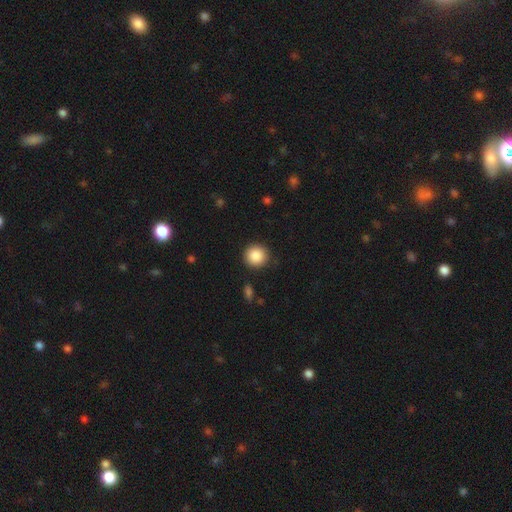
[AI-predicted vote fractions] Morphology: type=smooth (88%); roundness=round (94%); merging=none (91%).